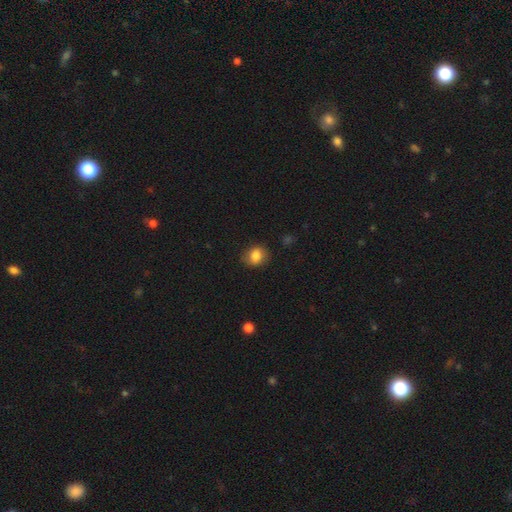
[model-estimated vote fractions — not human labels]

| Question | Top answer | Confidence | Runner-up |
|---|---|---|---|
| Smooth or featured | smooth | 83% | star or artifact (9%) |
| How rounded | round | 58% | in between (41%) |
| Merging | none | 81% | minor disturbance (14%) |